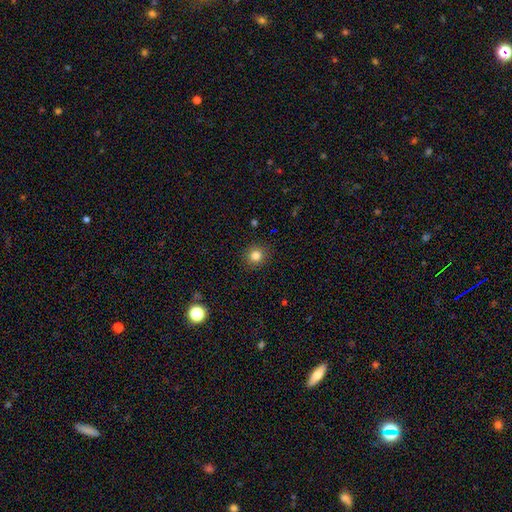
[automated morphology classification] Smooth or featured? smooth (82%)
How rounded? round (89%)
Merging? none (91%)